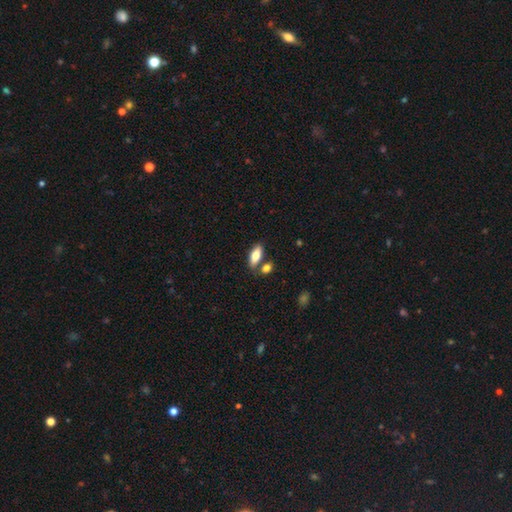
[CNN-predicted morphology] Overall: smooth (77%). How rounded: in between (83%). Merging: none (71%).